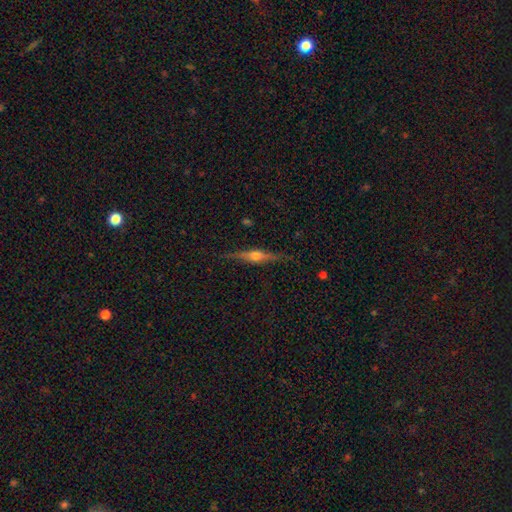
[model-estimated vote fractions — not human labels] A featured or disk galaxy (75%) viewed edge-on (97%) with a rounded central bulge (91%).

Vote fractions:
- Smooth or featured? featured or disk: 75% / smooth: 18% / star or artifact: 8%
- Edge-on disk? yes: 97% / no: 3%
- Edge-on bulge? rounded: 91% / boxy: 6% / none: 3%
- Merging? none: 87% / minor disturbance: 10% / major disturbance: 2% / merger: 1%